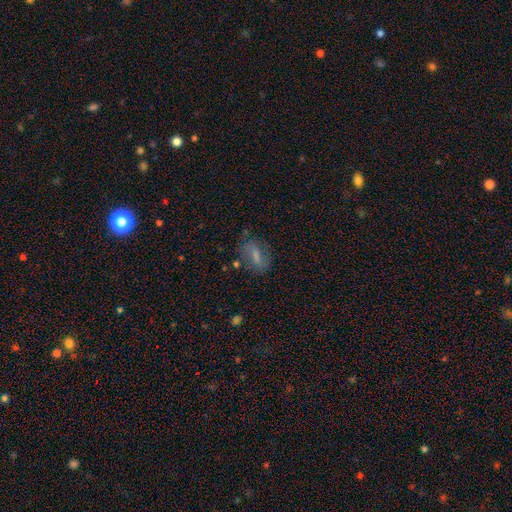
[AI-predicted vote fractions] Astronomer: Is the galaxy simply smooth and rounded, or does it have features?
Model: smooth — 58%.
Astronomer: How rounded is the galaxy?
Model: in between — 72%.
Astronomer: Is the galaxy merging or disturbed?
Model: none — 70%.